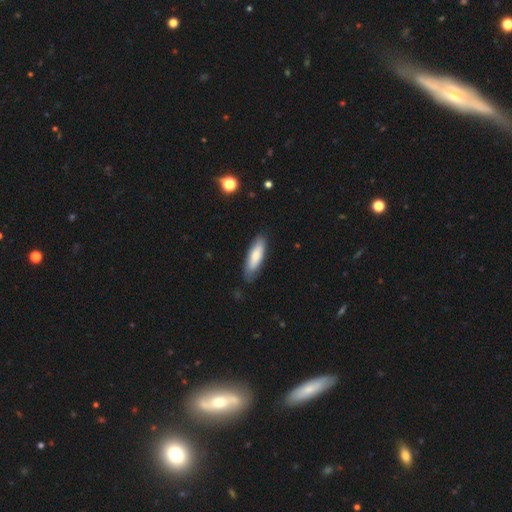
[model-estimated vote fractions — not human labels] This is likely a smooth galaxy (78%). How rounded: possibly cigar-shaped (51%). Merging: likely none (79%).